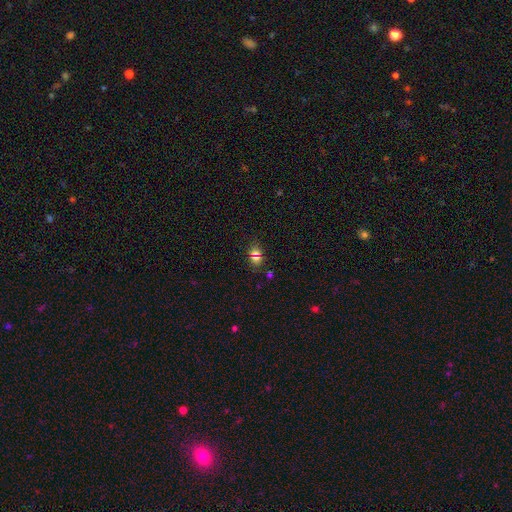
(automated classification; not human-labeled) smooth_or_featured: smooth (p=0.58) [alt: star or artifact p=0.32]
how_rounded: round (p=0.49) [alt: in between p=0.48]
merging: none (p=0.74) [alt: merger p=0.12]